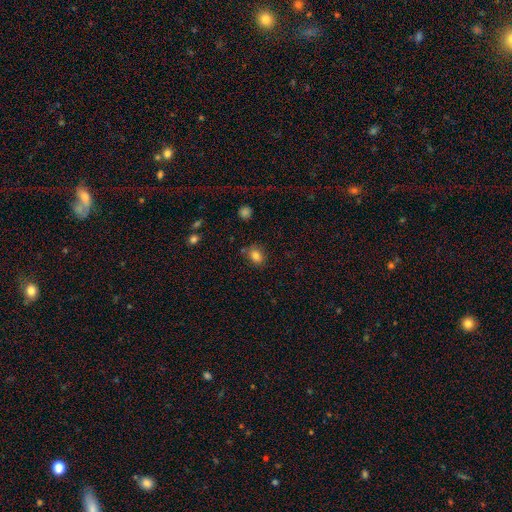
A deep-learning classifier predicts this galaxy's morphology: A smooth galaxy with no disk features (82%) that is in between round and cigar-shaped (62%).

Vote fractions:
- Smooth or featured? smooth: 82% / star or artifact: 11% / featured or disk: 7%
- How rounded? in between: 62% / round: 37% / cigar-shaped: 1%
- Merging? none: 78% / minor disturbance: 15% / merger: 4% / major disturbance: 3%